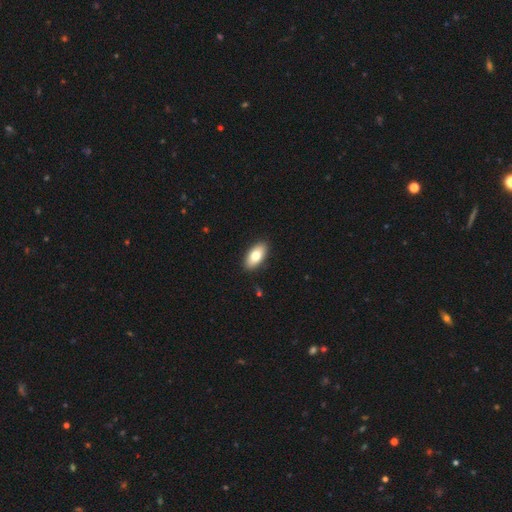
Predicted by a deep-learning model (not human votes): Morphology: type=smooth (79%); roundness=in between (92%); merging=none (90%).